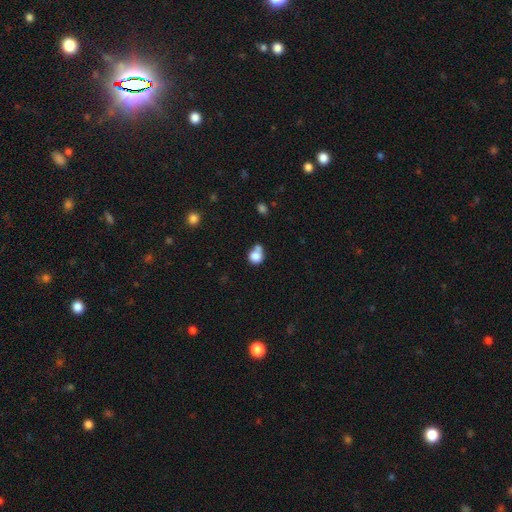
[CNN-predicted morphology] type=smooth (81%); roundness=round (76%); merging=merger (40%).